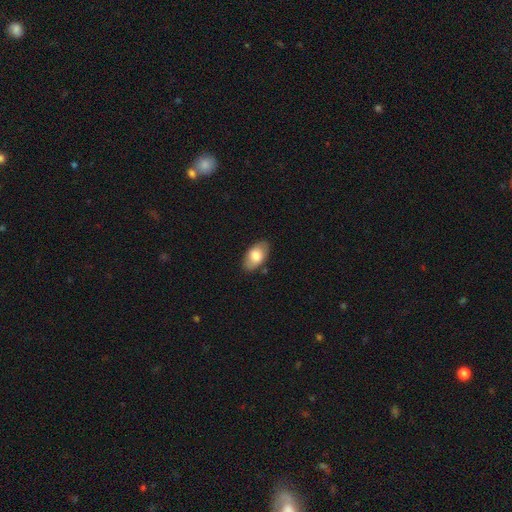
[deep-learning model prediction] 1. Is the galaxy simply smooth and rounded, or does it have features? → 75% smooth, 19% featured or disk, 6% star or artifact.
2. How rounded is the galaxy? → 94% in between, 4% round, 2% cigar-shaped.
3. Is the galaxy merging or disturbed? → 83% none, 13% minor disturbance, 3% major disturbance, 1% merger.